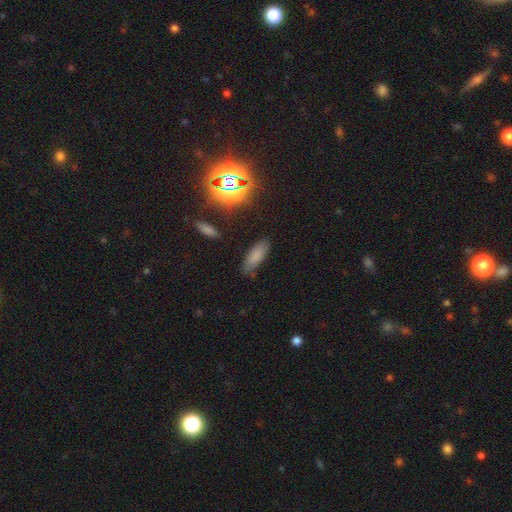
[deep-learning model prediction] Morphology: type=smooth (76%); roundness=in between (69%); merging=none (78%).